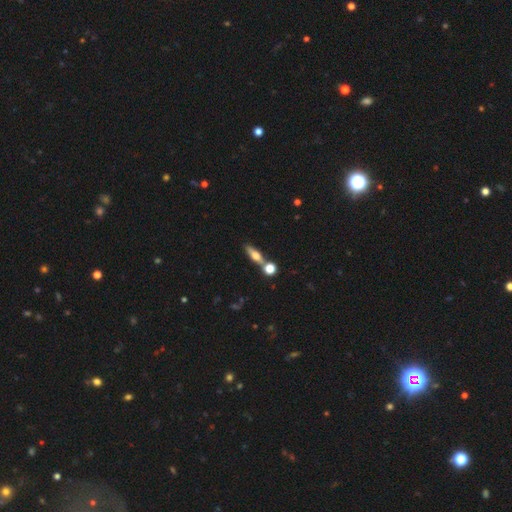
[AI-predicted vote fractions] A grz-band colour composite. It shows a featured or disk galaxy (45%, tied with smooth). Merging: none (66%).